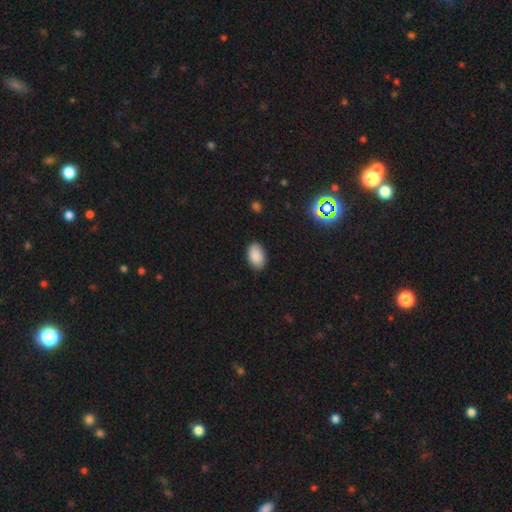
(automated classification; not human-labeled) Overall: smooth (88%). How rounded: in between (90%). Merging: none (85%).